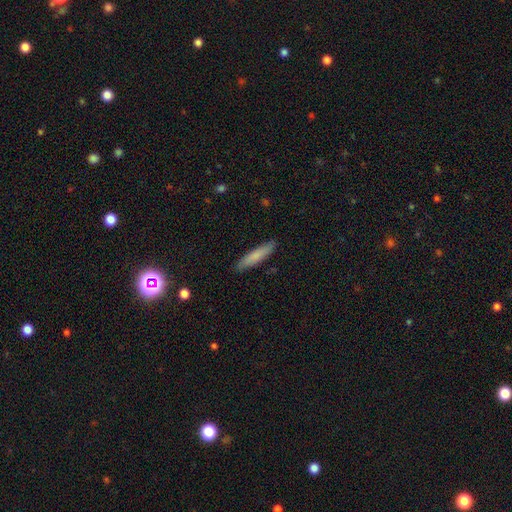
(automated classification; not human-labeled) The model was most divided on "smooth or featured": smooth: 77%, featured or disk: 17%, star or artifact: 6%. More confident: merging — none (88%); how rounded — cigar-shaped (87%).